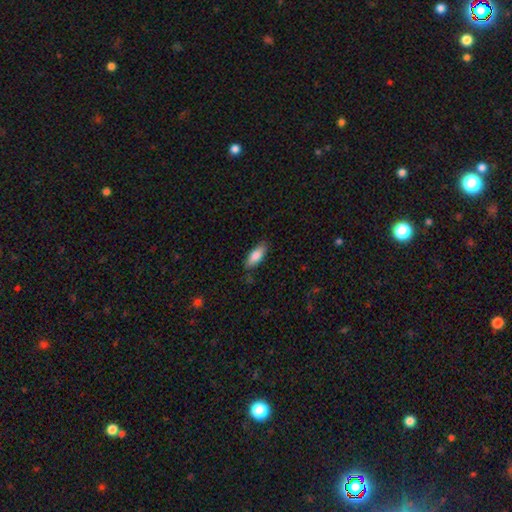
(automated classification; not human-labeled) A smooth galaxy with no disk features (83%) that is in between round and cigar-shaped (69%).

Vote fractions:
- Smooth or featured? smooth: 83% / featured or disk: 11% / star or artifact: 6%
- How rounded? in between: 69% / cigar-shaped: 29% / round: 2%
- Merging? none: 81% / minor disturbance: 14% / major disturbance: 3% / merger: 2%